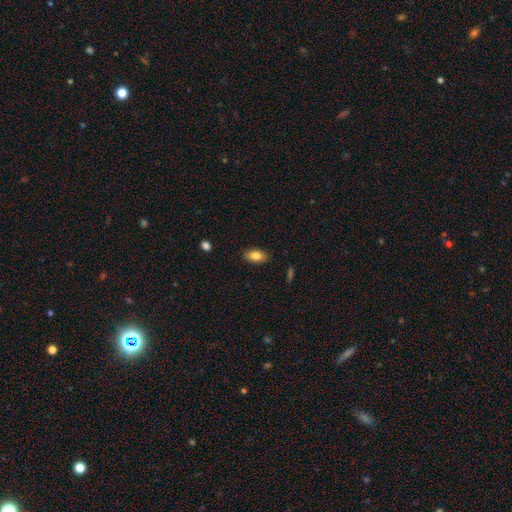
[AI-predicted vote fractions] The model was most divided on "merging": none: 86%, minor disturbance: 10%, major disturbance: 2%, merger: 1%. More confident: how rounded — in between (89%); smooth or featured — smooth (84%).